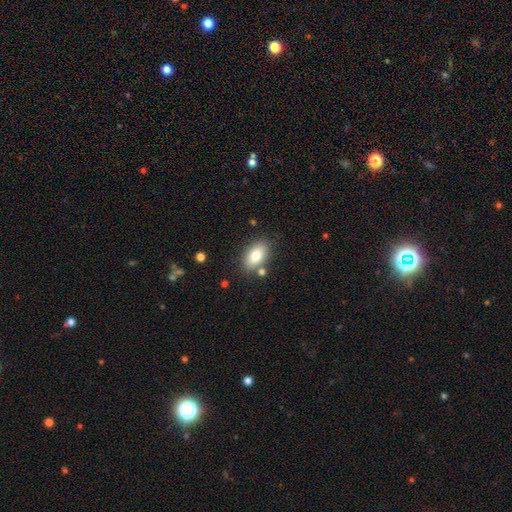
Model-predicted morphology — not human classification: type=smooth (83%); roundness=in between (91%); merging=none (79%).